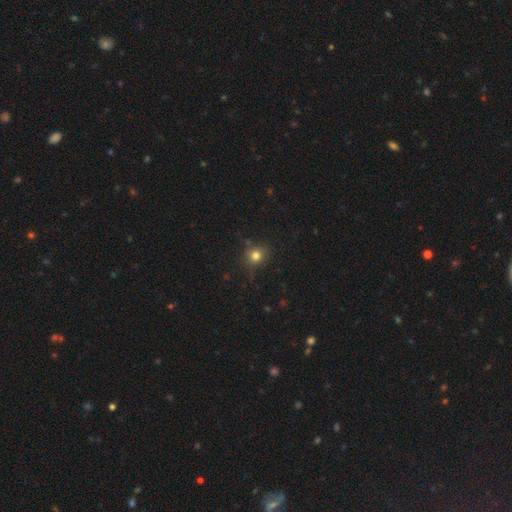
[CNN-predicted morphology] smooth-or-featured: smooth: 78% | star or artifact: 15% | featured or disk: 7%
  how-rounded: round: 84% | in between: 15% | cigar-shaped: 1%
  merging: none: 82% | minor disturbance: 13% | major disturbance: 3% | merger: 2%